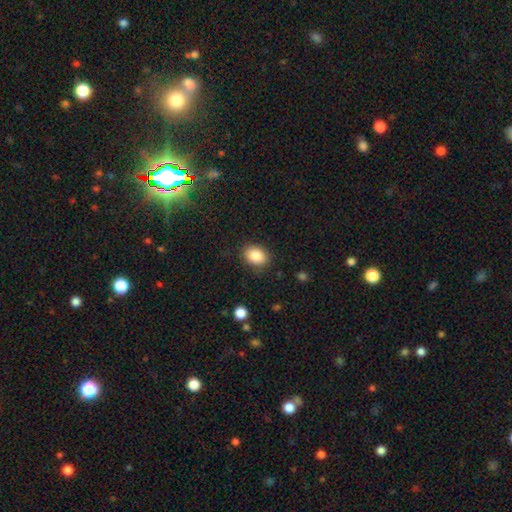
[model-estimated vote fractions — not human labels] smooth_or_featured: smooth (p=0.87) [alt: star or artifact p=0.08]
how_rounded: in between (p=0.71) [alt: round p=0.28]
merging: none (p=0.84) [alt: minor disturbance p=0.11]